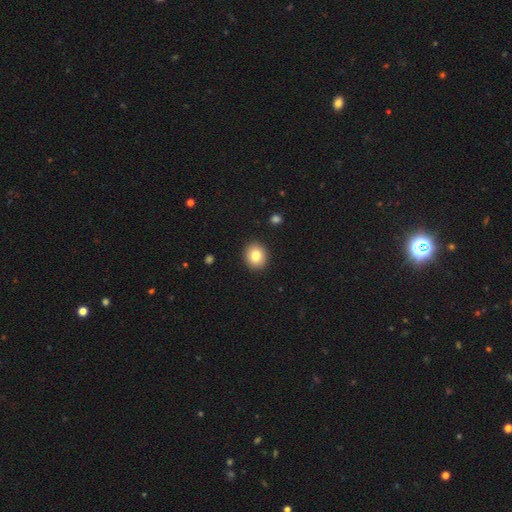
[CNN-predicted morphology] A smooth galaxy with no disk features (81%) that is round (78%).

Vote fractions:
- Smooth or featured? smooth: 81% / featured or disk: 10% / star or artifact: 9%
- How rounded? round: 78% / in between: 21% / cigar-shaped: 1%
- Merging? none: 92% / minor disturbance: 5% / major disturbance: 2% / merger: 1%